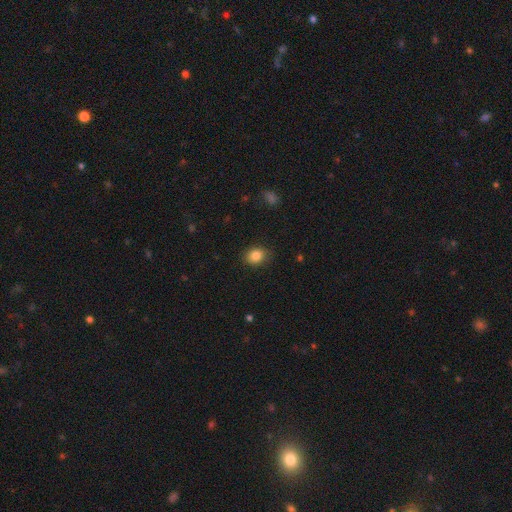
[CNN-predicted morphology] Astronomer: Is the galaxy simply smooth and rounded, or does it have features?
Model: smooth — 85%.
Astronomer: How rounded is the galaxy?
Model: in between — 53% (runner-up: round, 46%).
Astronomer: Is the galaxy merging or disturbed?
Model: none — 85%.